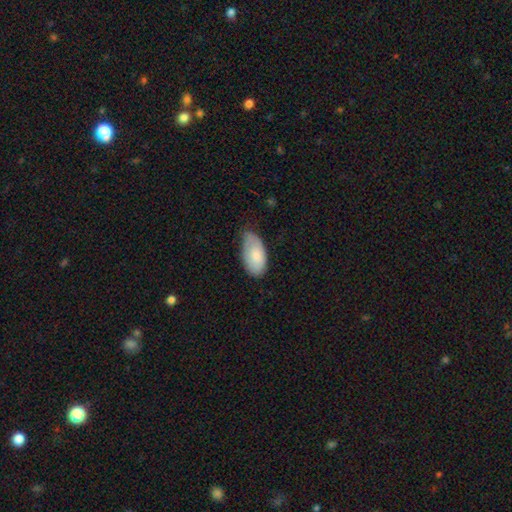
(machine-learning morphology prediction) smooth-or-featured: smooth: 81% | featured or disk: 13% | star or artifact: 6%
  how-rounded: in between: 95% | round: 3% | cigar-shaped: 2%
  merging: none: 51% | minor disturbance: 40% | major disturbance: 7% | merger: 2%